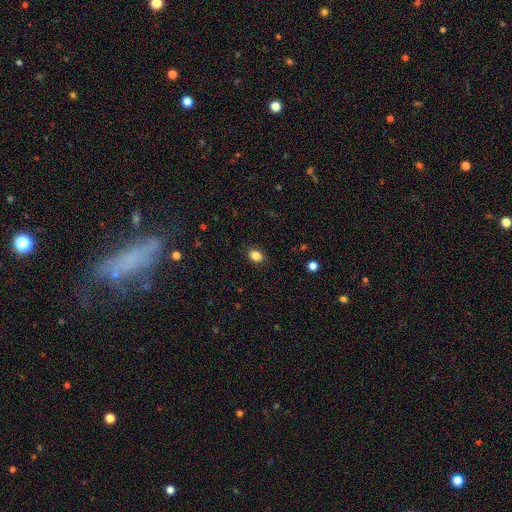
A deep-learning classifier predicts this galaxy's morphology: This appears to be a smooth galaxy with no disk features (86%) that is in between round and cigar-shaped (61%). Merging: none (88%).